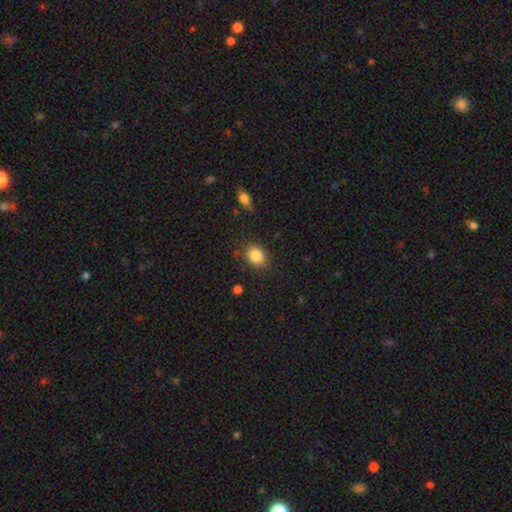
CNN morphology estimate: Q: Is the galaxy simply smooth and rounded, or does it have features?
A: smooth — 84%.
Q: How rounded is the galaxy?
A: round — 59%.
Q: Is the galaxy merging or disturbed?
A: none — 82%.